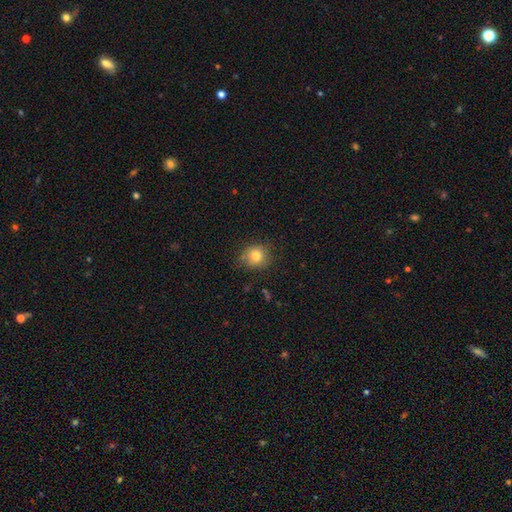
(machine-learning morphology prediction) smooth_or_featured: smooth (p=0.78) [alt: star or artifact p=0.12]
how_rounded: round (p=0.83) [alt: in between p=0.16]
merging: none (p=0.80) [alt: minor disturbance p=0.15]